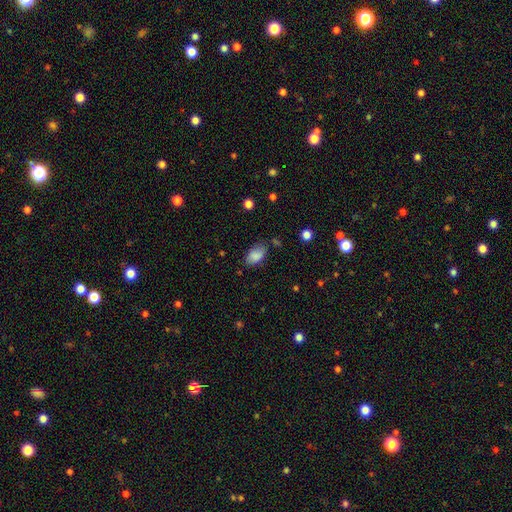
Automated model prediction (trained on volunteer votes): Smooth or featured? smooth (85%)
How rounded? in between (92%)
Merging? none (69%)